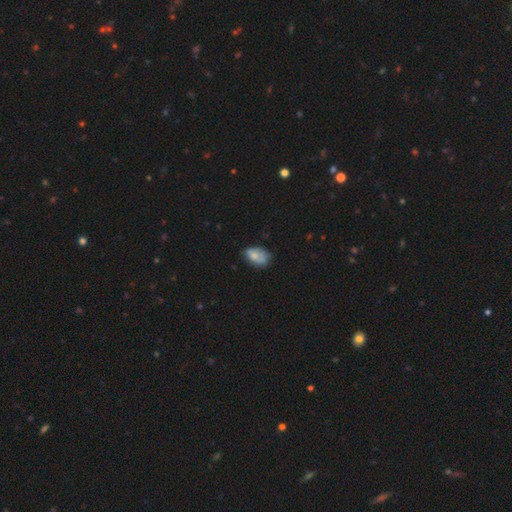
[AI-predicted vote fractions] Smooth or featured?
  - smooth: 72% *
  - featured or disk: 20%
  - star or artifact: 9%
How rounded?
  - in between: 88% *
  - round: 10%
  - cigar-shaped: 2%
Merging?
  - none: 49% *
  - minor disturbance: 34%
  - major disturbance: 11%
  - merger: 6%